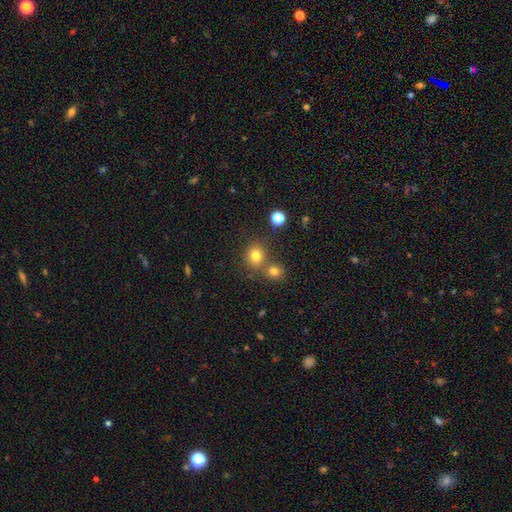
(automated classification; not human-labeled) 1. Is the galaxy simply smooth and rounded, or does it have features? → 77% smooth, 16% star or artifact, 7% featured or disk.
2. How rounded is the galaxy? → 81% round, 18% in between, 1% cigar-shaped.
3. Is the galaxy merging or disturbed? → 64% none, 25% merger, 8% minor disturbance, 3% major disturbance.